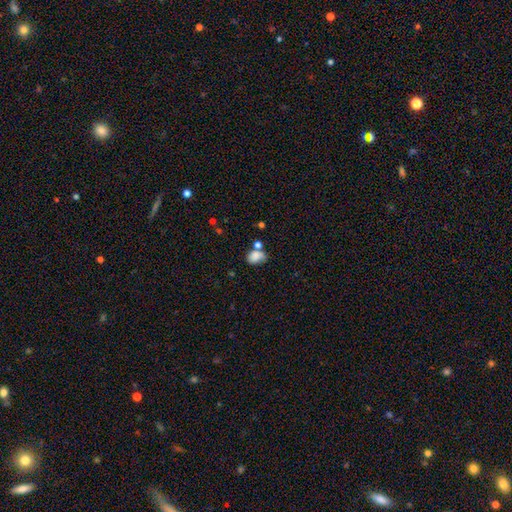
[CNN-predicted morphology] A smooth galaxy with no disk features (81%) that is in between round and cigar-shaped (72%).

Vote fractions:
- Smooth or featured? smooth: 81% / star or artifact: 10% / featured or disk: 9%
- How rounded? in between: 72% / round: 26% / cigar-shaped: 1%
- Merging? none: 40% / merger: 28% / minor disturbance: 22% / major disturbance: 9%